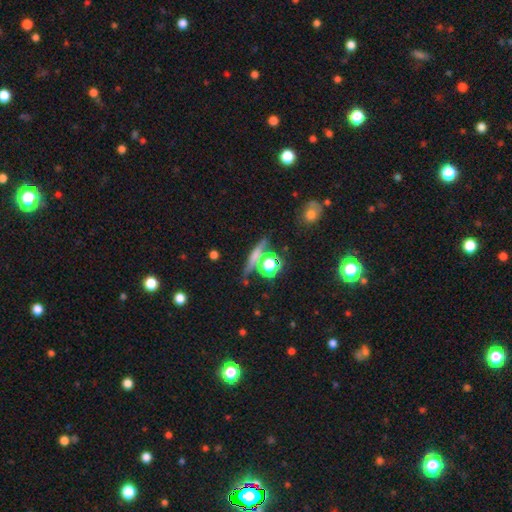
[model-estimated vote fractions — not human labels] smooth-or-featured: smooth: 47% | featured or disk: 34% | star or artifact: 19%
  merging: none: 73% | minor disturbance: 11% | merger: 11% | major disturbance: 5%